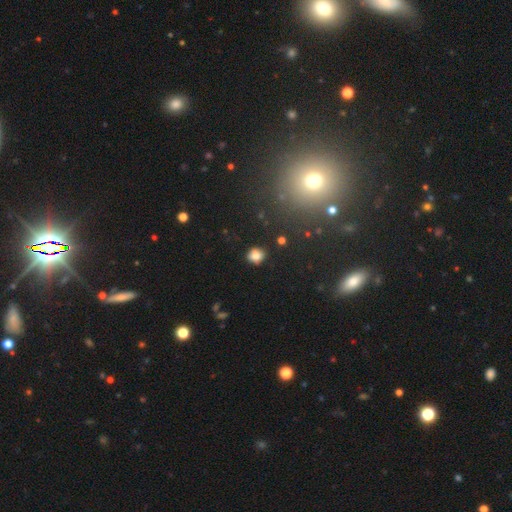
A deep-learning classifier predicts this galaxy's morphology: A smooth galaxy with no disk features (81%) that is round (75%).

Vote fractions:
- Smooth or featured? smooth: 81% / star or artifact: 12% / featured or disk: 7%
- How rounded? round: 75% / in between: 24% / cigar-shaped: 1%
- Merging? none: 79% / minor disturbance: 14% / major disturbance: 4% / merger: 3%